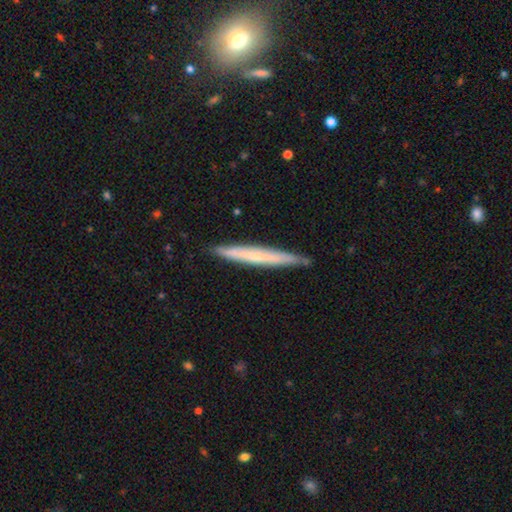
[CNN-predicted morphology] featured or disk 50%, smooth 44%, star or artifact 6%. Down the decision tree: merging — none (87%).